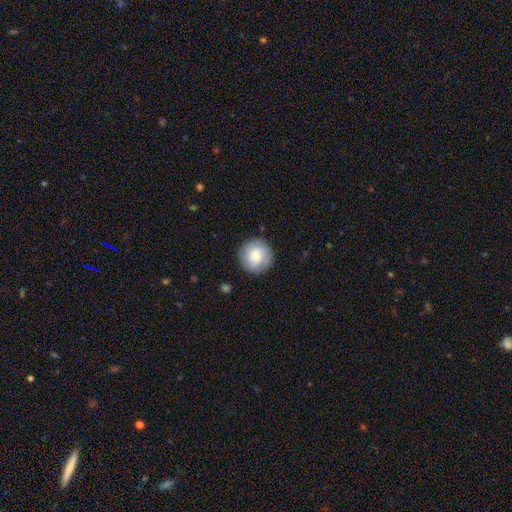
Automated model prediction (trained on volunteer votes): smooth_or_featured: smooth (p=0.58) [alt: featured or disk p=0.35]
how_rounded: round (p=0.94) [alt: in between p=0.05]
merging: none (p=0.86) [alt: minor disturbance p=0.10]